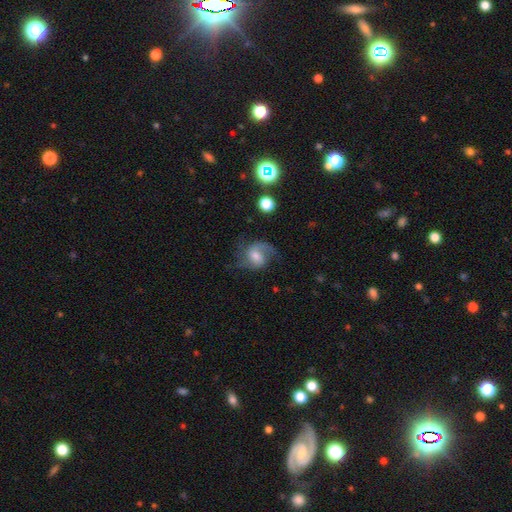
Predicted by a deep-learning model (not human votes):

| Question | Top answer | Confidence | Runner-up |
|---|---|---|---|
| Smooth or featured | featured or disk | 68% | smooth (24%) |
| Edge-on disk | no | 97% | yes (3%) |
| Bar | no | 46% | weak (44%) |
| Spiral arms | yes | 93% | no (7%) |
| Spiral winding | loose | 44% | medium (43%) |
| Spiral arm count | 2 | 63% | 1 (24%) |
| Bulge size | moderate | 54% | small (30%) |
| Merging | none | 55% | major disturbance (22%) |